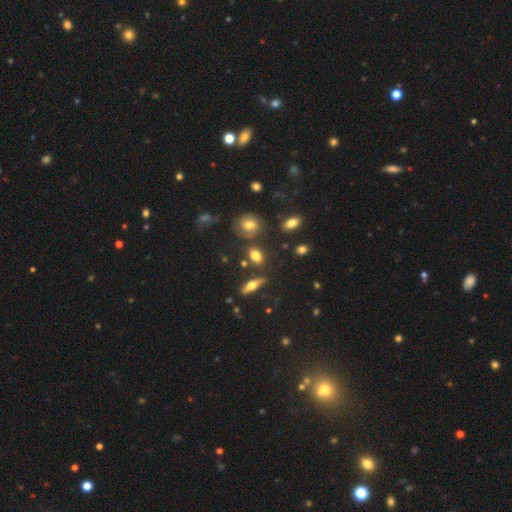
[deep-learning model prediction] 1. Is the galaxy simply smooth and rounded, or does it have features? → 64% smooth, 23% featured or disk, 12% star or artifact.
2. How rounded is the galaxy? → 67% in between, 19% round, 14% cigar-shaped.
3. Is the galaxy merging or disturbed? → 75% none, 13% minor disturbance, 8% merger, 5% major disturbance.